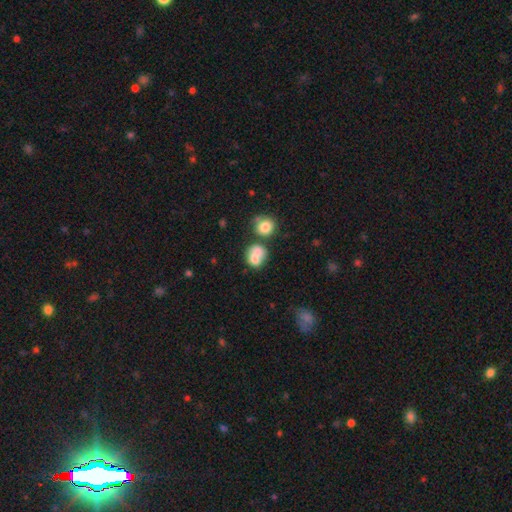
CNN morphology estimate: smooth_or_featured: smooth (p=0.72) [alt: featured or disk p=0.18]
how_rounded: round (p=0.60) [alt: in between p=0.39]
merging: merger (p=0.58) [alt: none p=0.26]